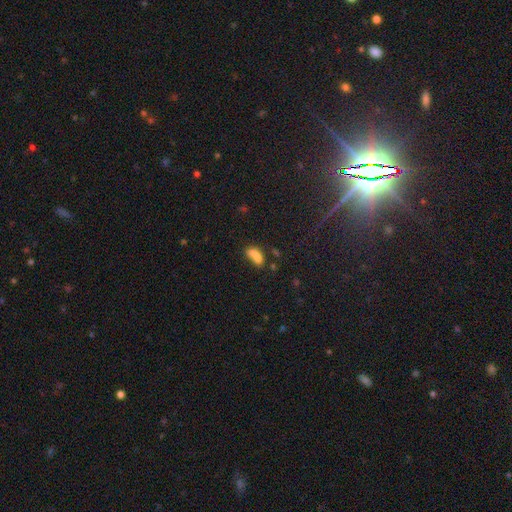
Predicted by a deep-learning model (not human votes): A smooth galaxy with no disk features (71%) that is in between round and cigar-shaped (79%).

Vote fractions:
- Smooth or featured? smooth: 71% / featured or disk: 15% / star or artifact: 13%
- How rounded? in between: 79% / round: 13% / cigar-shaped: 9%
- Merging? merger: 50% / none: 26% / minor disturbance: 14% / major disturbance: 10%